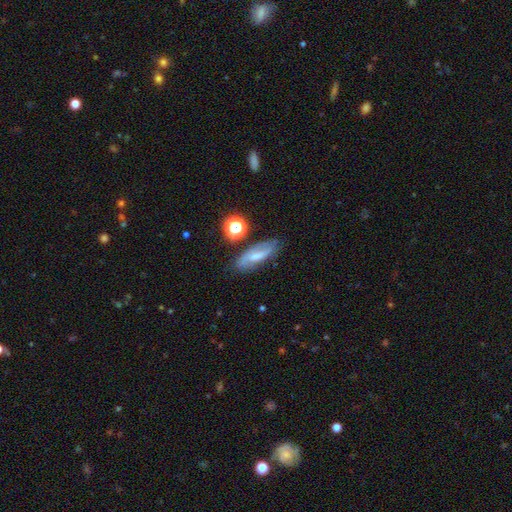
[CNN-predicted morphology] A featured or disk galaxy (52%). Merging: none (76%).